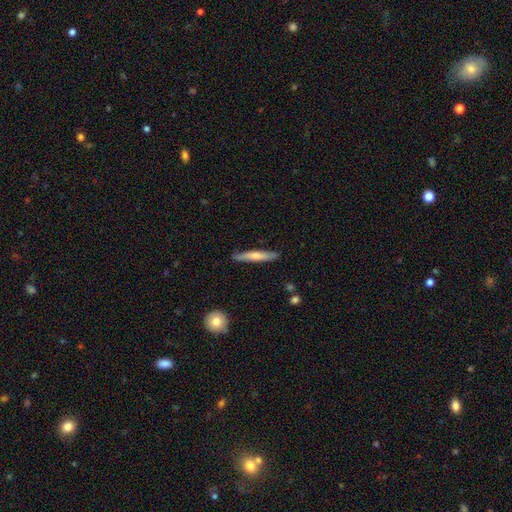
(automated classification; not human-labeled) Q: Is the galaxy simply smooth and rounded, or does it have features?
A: smooth — 62%.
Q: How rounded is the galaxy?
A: cigar-shaped — 92%.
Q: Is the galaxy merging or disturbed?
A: none — 87%.